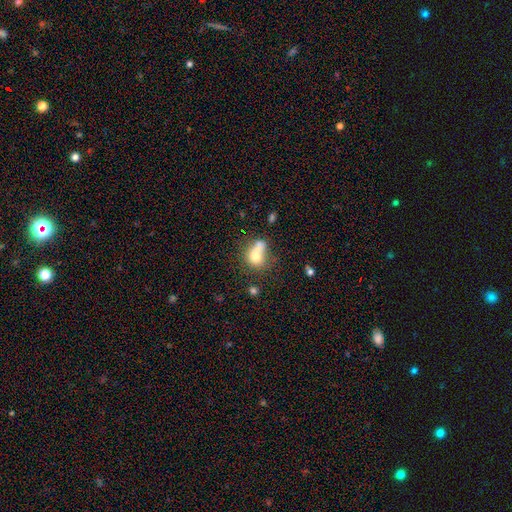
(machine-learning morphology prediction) A smooth galaxy with no disk features (69%) that is round (50%).

Vote fractions:
- Smooth or featured? smooth: 69% / featured or disk: 19% / star or artifact: 11%
- How rounded? round: 50% / in between: 47% / cigar-shaped: 2%
- Merging? merger: 43% / none: 26% / minor disturbance: 16% / major disturbance: 15%